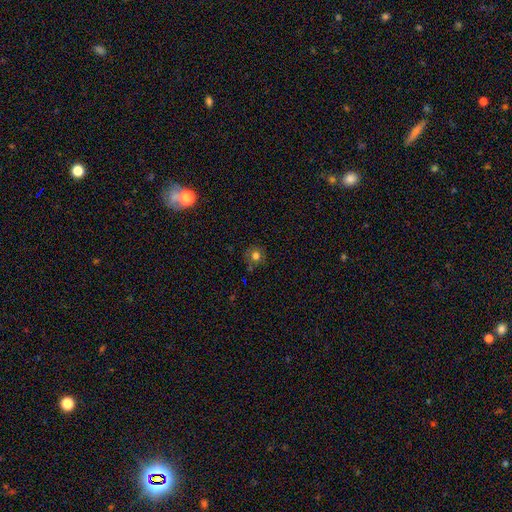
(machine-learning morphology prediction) Smooth or featured? smooth (71%)
How rounded? round (90%)
Merging? none (79%)